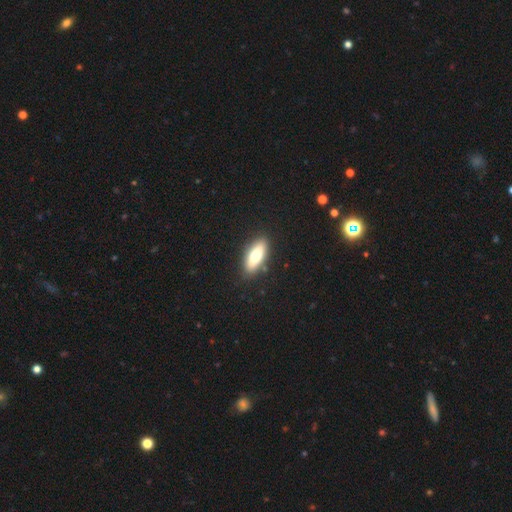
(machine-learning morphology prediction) This is likely a smooth galaxy (69%). How rounded: likely in between (72%). Merging: clearly none (87%).